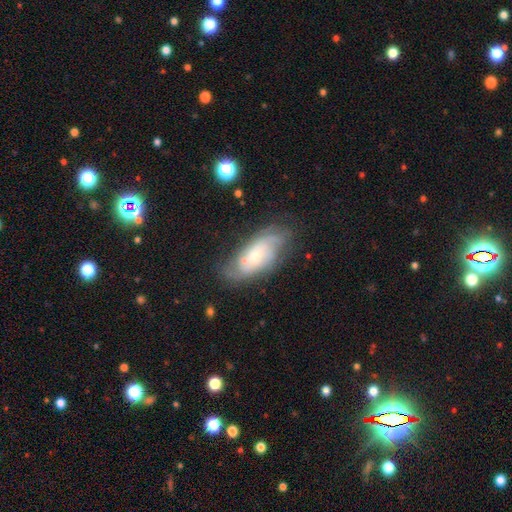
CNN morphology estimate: Smooth or featured? Predicted: featured or disk (p=0.70). Edge-on disk? Predicted: no (p=0.91). Bar? Predicted: no (p=0.73). Spiral arms? Predicted: yes (p=0.86). Spiral winding? Predicted: tight (p=0.53). Spiral arm count? Predicted: can't tell (p=0.47). Bulge size? Predicted: small (p=0.61). Merging? Predicted: none (p=0.66).